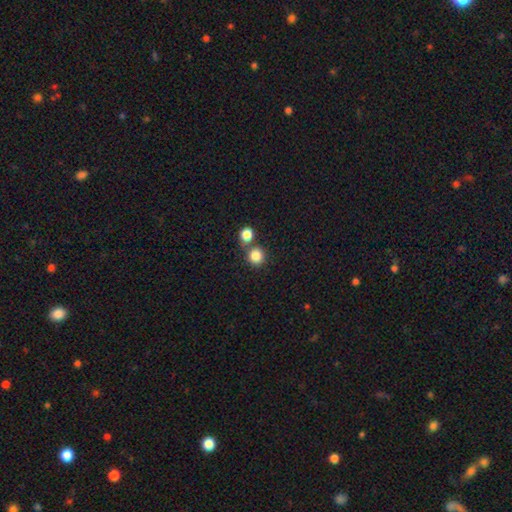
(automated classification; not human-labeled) Smooth or featured?
  - smooth: 85% *
  - star or artifact: 10%
  - featured or disk: 5%
How rounded?
  - round: 89% *
  - in between: 10%
  - cigar-shaped: 1%
Merging?
  - none: 61% *
  - merger: 29%
  - minor disturbance: 7%
  - major disturbance: 3%